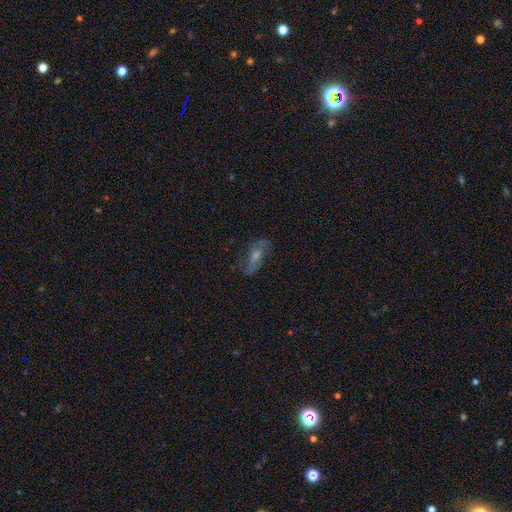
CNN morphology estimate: type=featured or disk (49%); merging=none (66%).